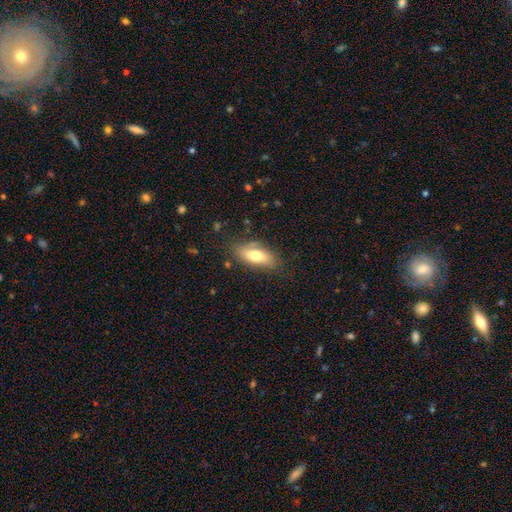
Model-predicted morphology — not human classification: type=smooth (69%); roundness=in between (81%); merging=none (74%).